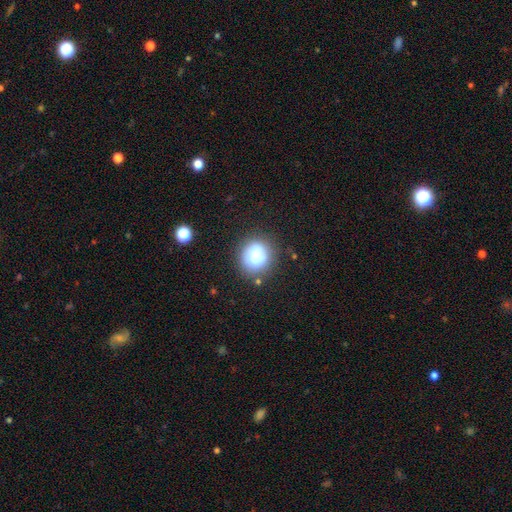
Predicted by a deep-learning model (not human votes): This appears to be a smooth galaxy with no disk features (78%) that is round (87%). Merging: none (78%).